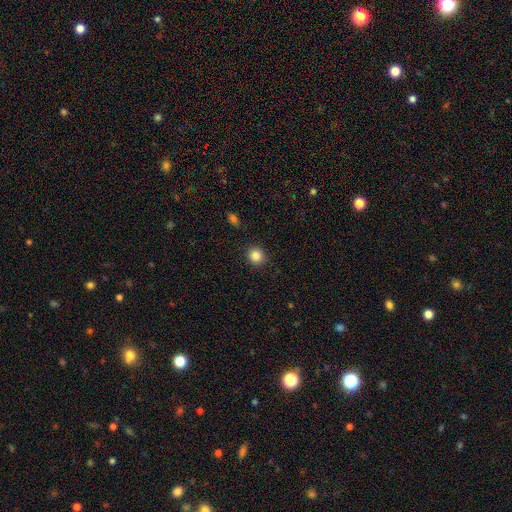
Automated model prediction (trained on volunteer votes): Smooth or featured? smooth (85%)
How rounded? round (90%)
Merging? none (90%)